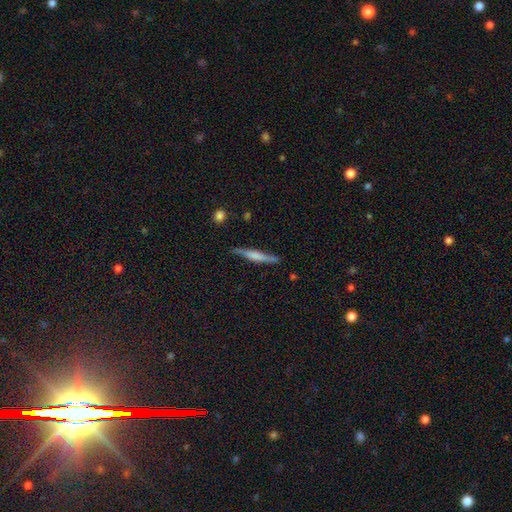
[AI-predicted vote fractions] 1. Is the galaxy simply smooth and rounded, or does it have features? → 49% featured or disk, 45% smooth, 6% star or artifact.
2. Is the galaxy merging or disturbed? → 80% none, 15% minor disturbance, 3% major disturbance, 2% merger.